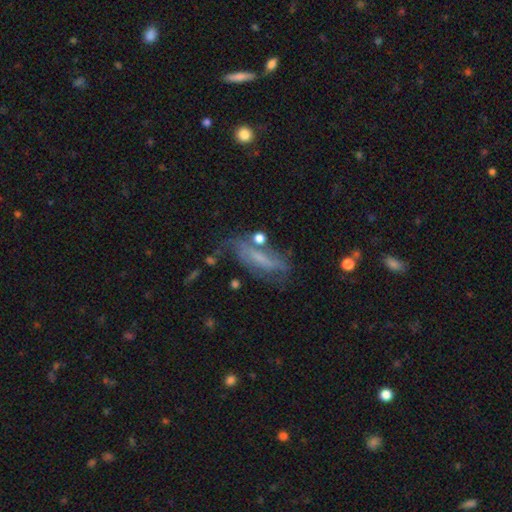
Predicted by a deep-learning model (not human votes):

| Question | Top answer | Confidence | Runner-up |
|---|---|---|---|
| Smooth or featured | featured or disk | 48% | smooth (36%) |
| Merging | none | 56% | minor disturbance (23%) |